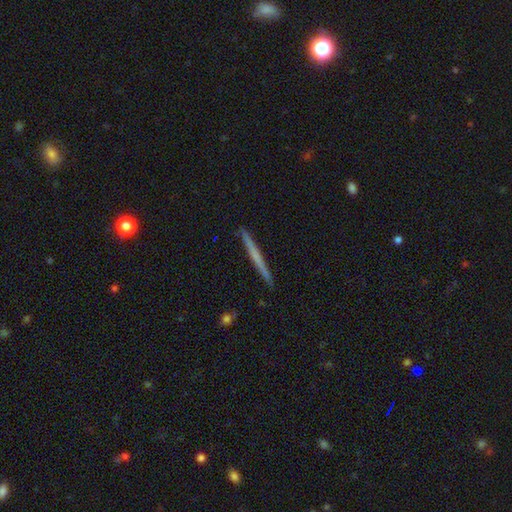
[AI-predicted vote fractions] Morphology: type=featured or disk (49%); merging=none (92%).